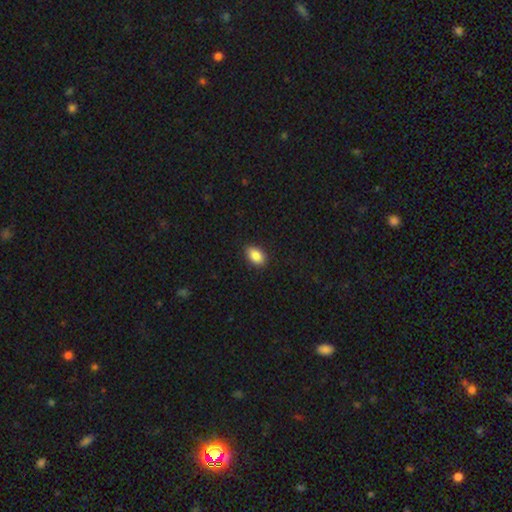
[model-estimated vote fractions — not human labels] Overall: smooth (88%). How rounded: in between (88%). Merging: none (88%).